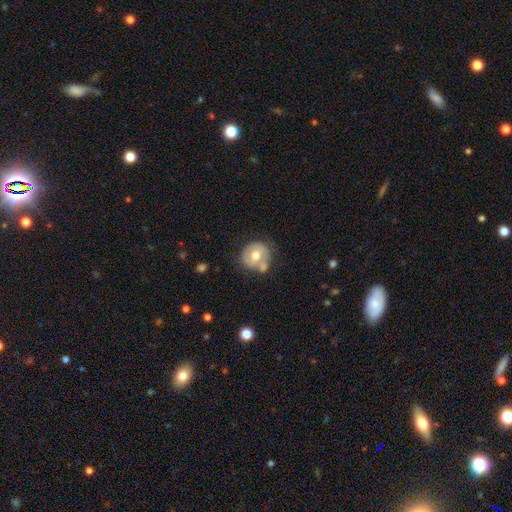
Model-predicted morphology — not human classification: This is possibly a smooth galaxy (58%). How rounded: clearly round (85%). Merging: possibly none (53%).